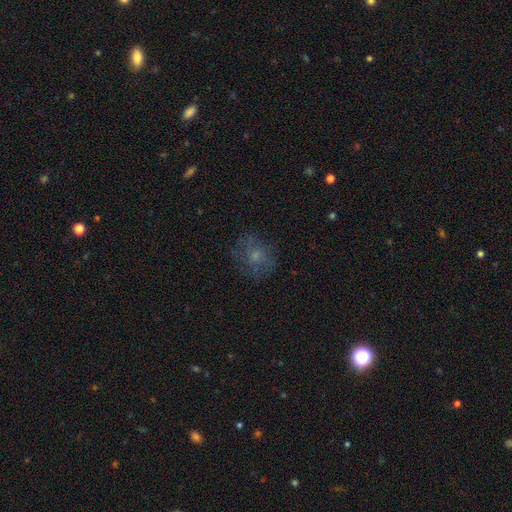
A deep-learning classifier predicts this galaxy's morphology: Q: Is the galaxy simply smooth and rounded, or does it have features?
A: smooth — 58%.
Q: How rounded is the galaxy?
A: round — 75%.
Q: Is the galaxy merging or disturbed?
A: none — 71%.